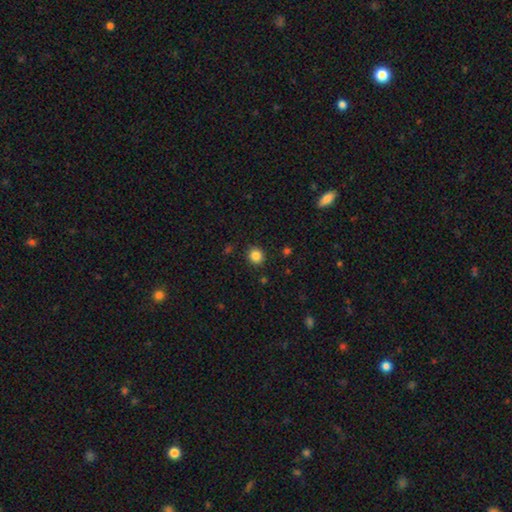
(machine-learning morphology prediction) smooth 85%, star or artifact 11%, featured or disk 4%. Down the decision tree: how rounded — round (90%); merging — none (91%).